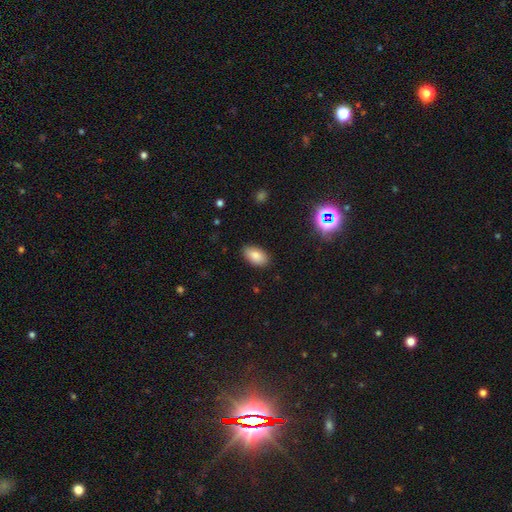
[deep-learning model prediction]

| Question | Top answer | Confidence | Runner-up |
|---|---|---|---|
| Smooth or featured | smooth | 85% | star or artifact (8%) |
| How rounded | in between | 93% | round (5%) |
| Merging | none | 87% | minor disturbance (10%) |